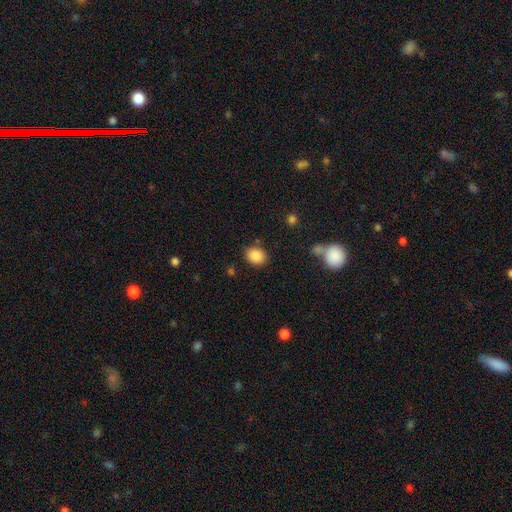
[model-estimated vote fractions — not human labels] This is clearly a smooth galaxy (87%). How rounded: possibly round (59%). Merging: clearly none (82%).